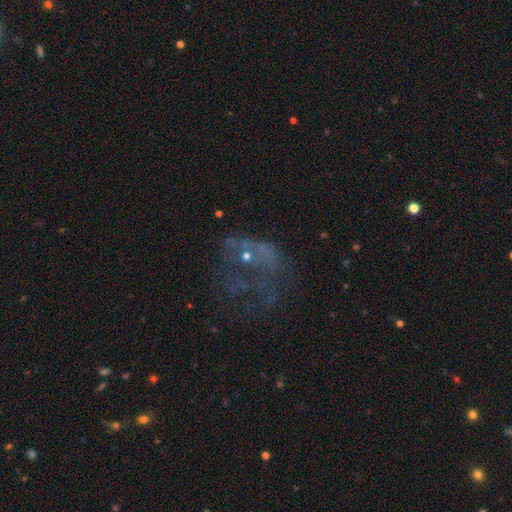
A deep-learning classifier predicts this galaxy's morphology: Q: Smooth or featured?
A: featured or disk (45%); runner-up: star or artifact (32%)
Q: Merging?
A: major disturbance (47%); runner-up: none (33%)